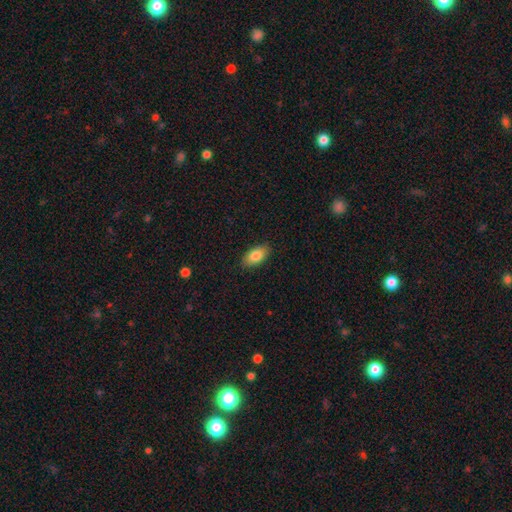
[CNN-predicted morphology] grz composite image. It shows a smooth galaxy with no disk features (83%) that is in between round and cigar-shaped (92%). Merging: none (88%).